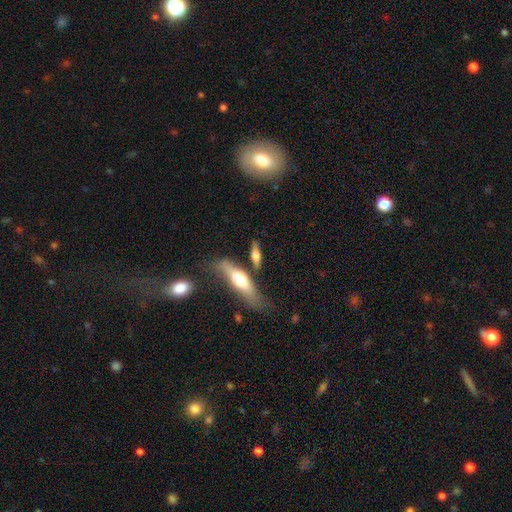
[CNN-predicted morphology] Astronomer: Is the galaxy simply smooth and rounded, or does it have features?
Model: featured or disk — 48% (runner-up: smooth, 45%).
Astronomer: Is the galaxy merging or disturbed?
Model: none — 63%.